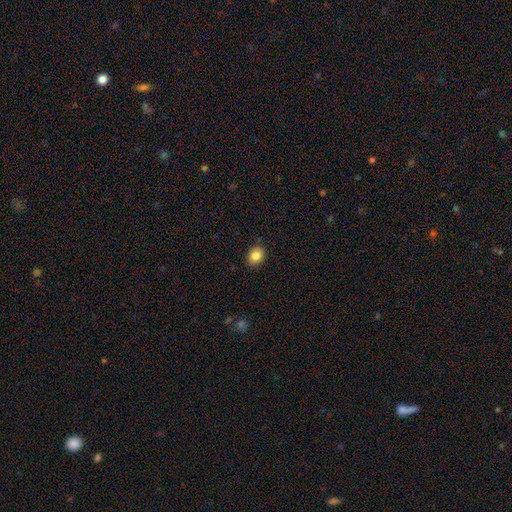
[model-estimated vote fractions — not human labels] Morphology: type=smooth (83%); roundness=in between (53%); merging=none (88%).